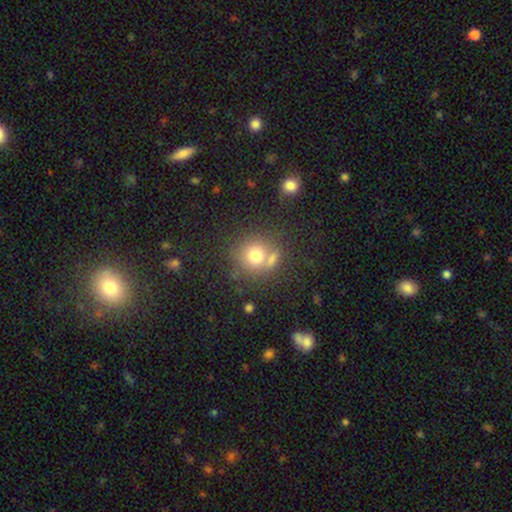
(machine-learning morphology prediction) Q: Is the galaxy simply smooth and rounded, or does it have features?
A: smooth — 73%.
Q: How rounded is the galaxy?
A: round — 87%.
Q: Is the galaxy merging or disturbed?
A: none — 60%.